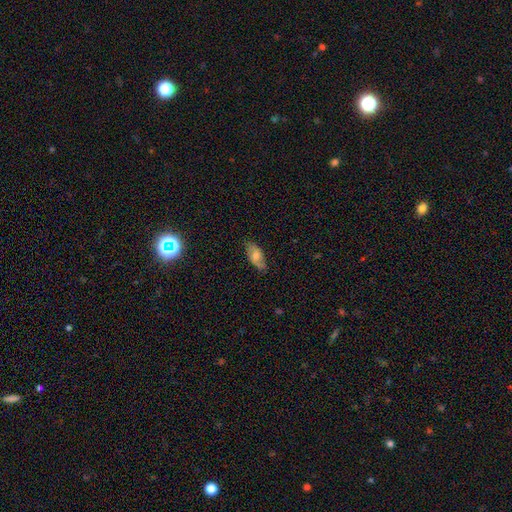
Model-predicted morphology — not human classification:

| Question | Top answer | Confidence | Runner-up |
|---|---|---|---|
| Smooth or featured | featured or disk | 48% | smooth (40%) |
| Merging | none | 78% | minor disturbance (17%) |